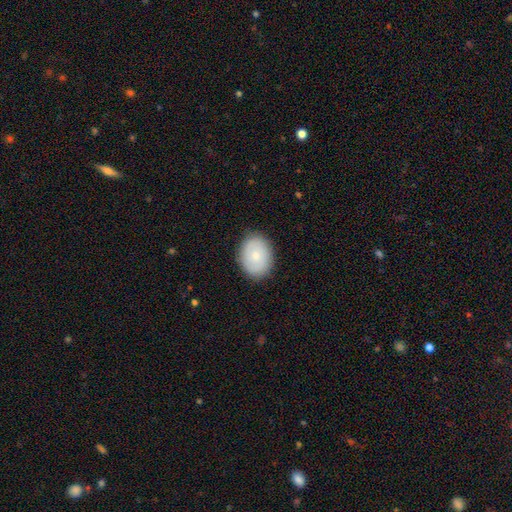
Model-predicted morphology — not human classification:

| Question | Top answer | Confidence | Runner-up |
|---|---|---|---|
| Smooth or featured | smooth | 74% | featured or disk (20%) |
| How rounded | in between | 64% | round (35%) |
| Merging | none | 86% | minor disturbance (11%) |